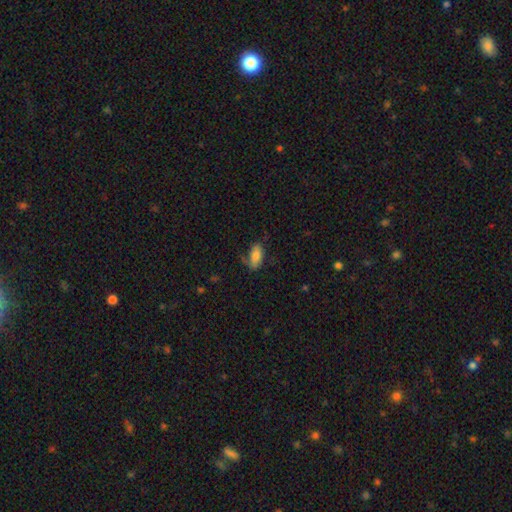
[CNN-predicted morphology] Q: Smooth or featured?
A: smooth (78%); runner-up: featured or disk (15%)
Q: How rounded?
A: in between (89%); runner-up: cigar-shaped (8%)
Q: Merging?
A: none (60%); runner-up: minor disturbance (27%)